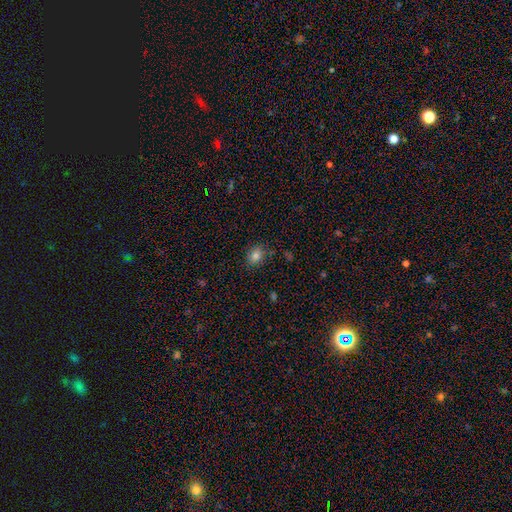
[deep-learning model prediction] Q: Smooth or featured?
A: smooth (81%); runner-up: star or artifact (13%)
Q: How rounded?
A: in between (51%); runner-up: round (48%)
Q: Merging?
A: none (83%); runner-up: minor disturbance (12%)